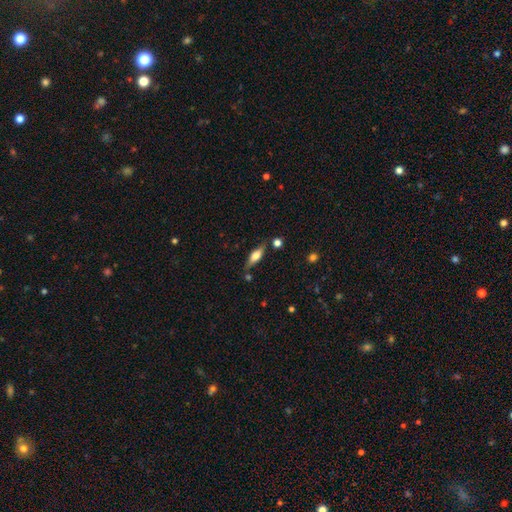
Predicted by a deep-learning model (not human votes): Morphology: type=smooth (48%); merging=none (74%).